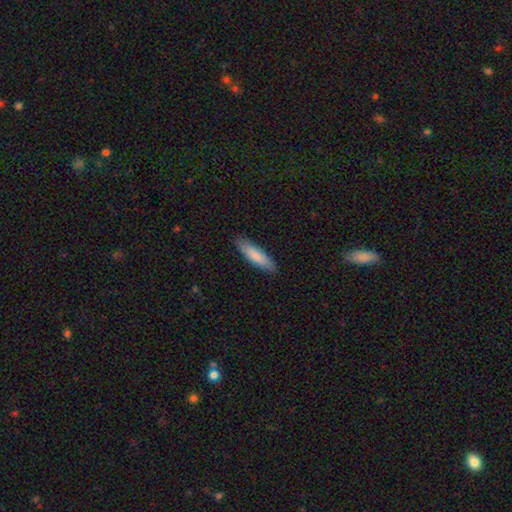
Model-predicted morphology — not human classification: Q: Smooth or featured?
A: smooth (84%); runner-up: featured or disk (11%)
Q: How rounded?
A: cigar-shaped (64%); runner-up: in between (34%)
Q: Merging?
A: none (87%); runner-up: minor disturbance (10%)